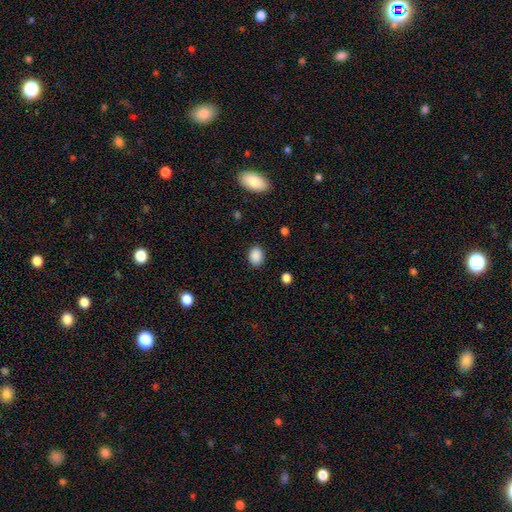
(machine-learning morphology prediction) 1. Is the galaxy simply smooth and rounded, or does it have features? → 88% smooth, 9% star or artifact, 3% featured or disk.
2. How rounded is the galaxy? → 60% in between, 39% round, 1% cigar-shaped.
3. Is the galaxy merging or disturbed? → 87% none, 9% minor disturbance, 3% major disturbance, 1% merger.